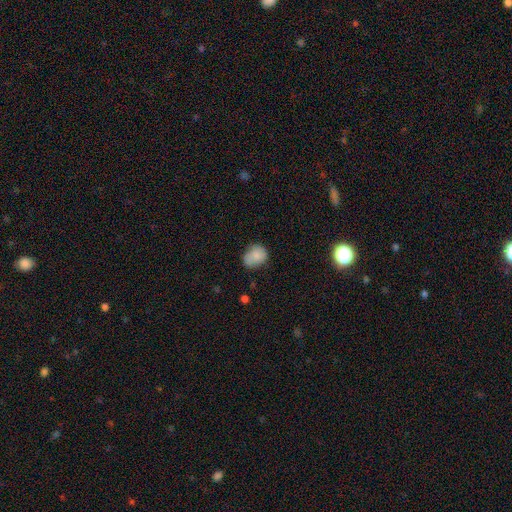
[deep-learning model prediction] Smooth or featured?
  - smooth: 79% *
  - featured or disk: 12%
  - star or artifact: 8%
How rounded?
  - round: 52% *
  - in between: 47%
  - cigar-shaped: 1%
Merging?
  - none: 62% *
  - minor disturbance: 29%
  - major disturbance: 7%
  - merger: 3%